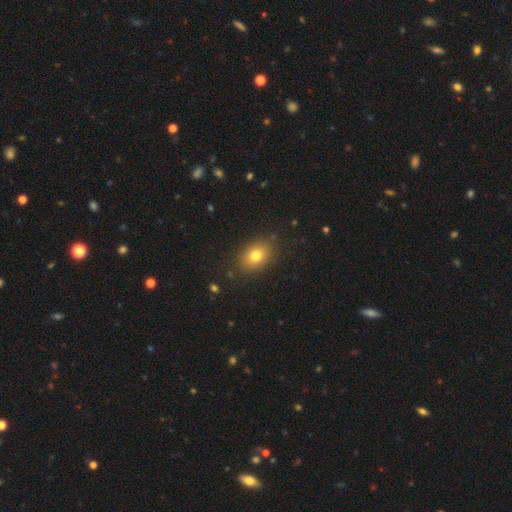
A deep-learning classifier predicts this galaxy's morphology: This appears to be a smooth galaxy with no disk features (79%) that is in between round and cigar-shaped (71%). Merging: none (85%).